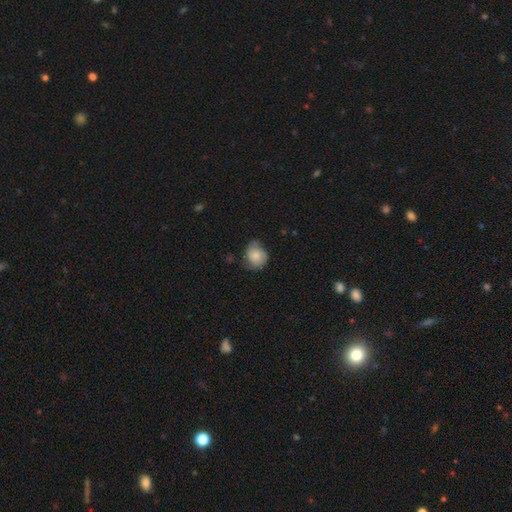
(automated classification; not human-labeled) Smooth or featured? Predicted: smooth (p=0.77). How rounded? Predicted: round (p=0.72). Merging? Predicted: none (p=0.55).